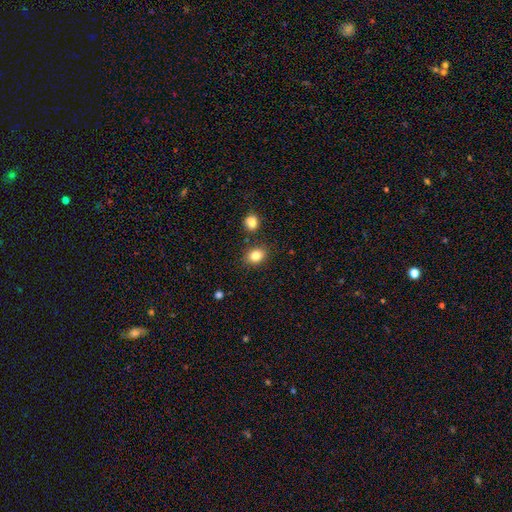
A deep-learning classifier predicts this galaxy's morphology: type=smooth (83%); roundness=round (50%); merging=none (82%).